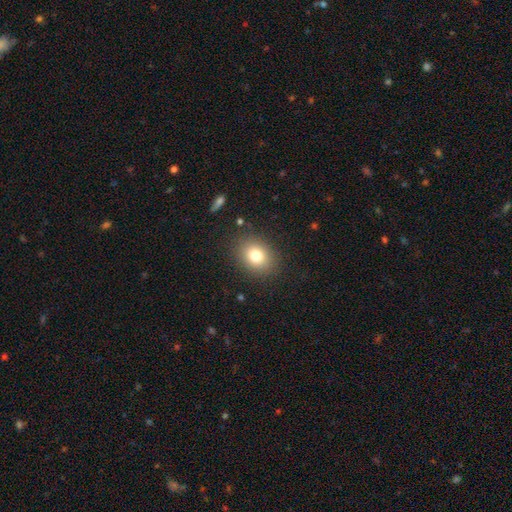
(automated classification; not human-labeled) smooth 79%, star or artifact 11%, featured or disk 10%. Down the decision tree: how rounded — in between (50%); merging — none (86%).